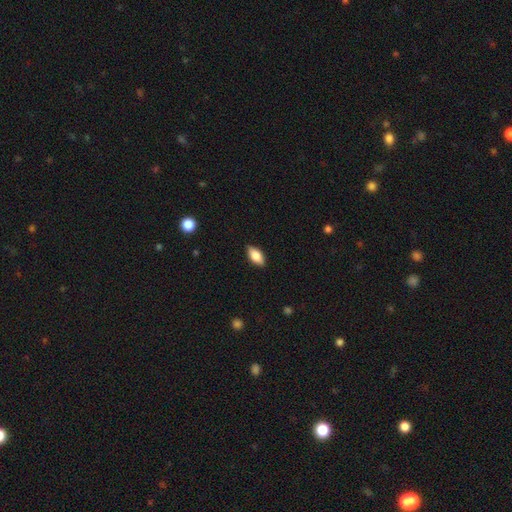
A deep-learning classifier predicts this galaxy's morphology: Q: Smooth or featured?
A: smooth (80%); runner-up: featured or disk (13%)
Q: How rounded?
A: in between (90%); runner-up: cigar-shaped (7%)
Q: Merging?
A: none (88%); runner-up: minor disturbance (9%)